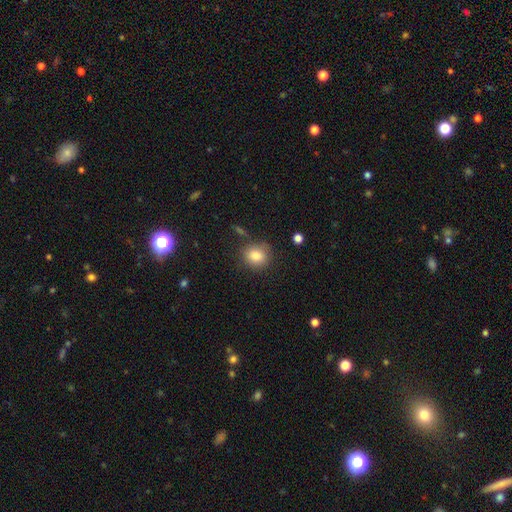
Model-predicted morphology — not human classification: The model was most divided on "how rounded": round: 69%, in between: 29%, cigar-shaped: 1%. More confident: smooth or featured — smooth (83%); merging — none (75%).